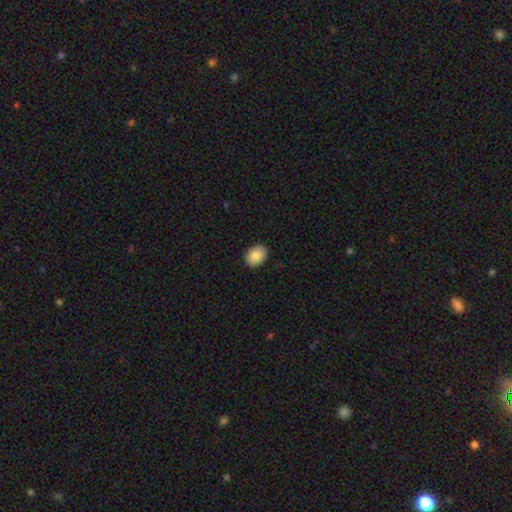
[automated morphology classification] Smooth or featured? smooth (88%)
How rounded? in between (69%)
Merging? none (89%)